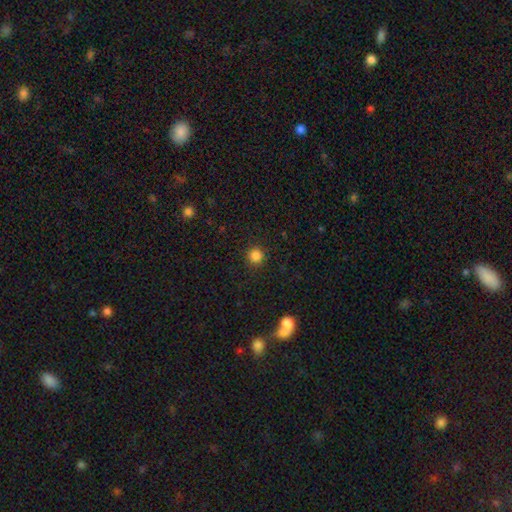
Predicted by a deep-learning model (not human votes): Q: Smooth or featured?
A: smooth (84%); runner-up: star or artifact (12%)
Q: How rounded?
A: round (94%); runner-up: in between (5%)
Q: Merging?
A: none (90%); runner-up: minor disturbance (6%)